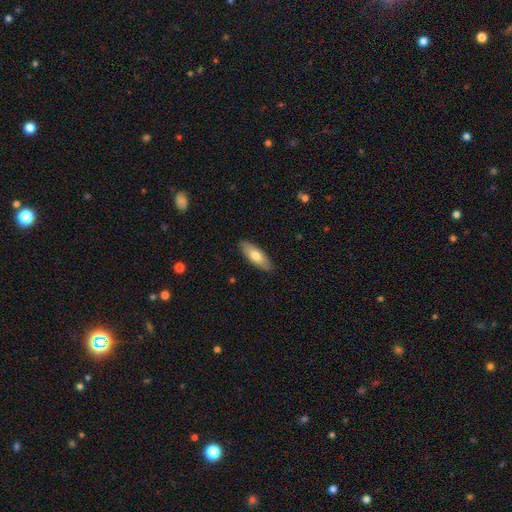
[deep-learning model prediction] Morphology: type=smooth (72%); roundness=in between (66%); merging=none (89%).